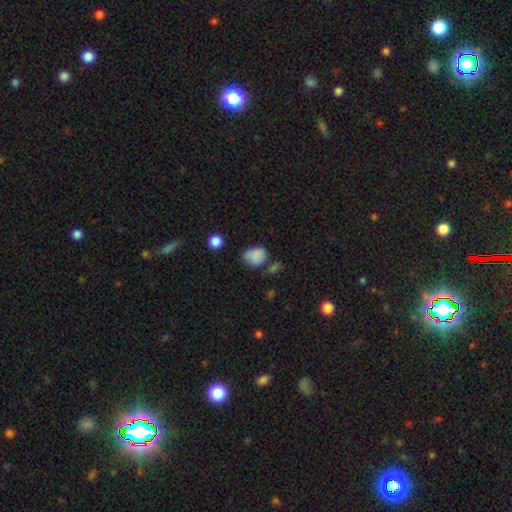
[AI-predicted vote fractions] Overall: smooth (82%). How rounded: in between (60%; round 39%). Merging: none (48%; minor disturbance 33%).